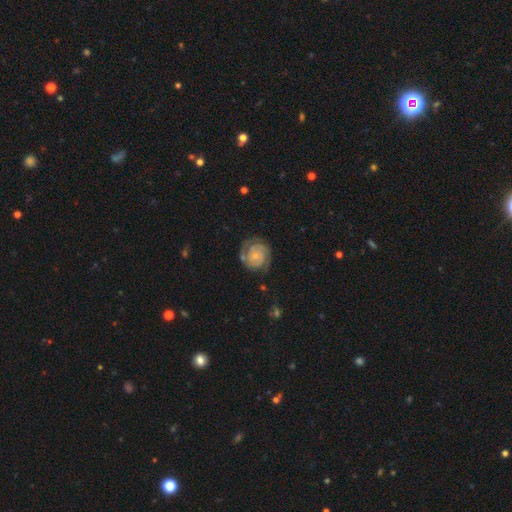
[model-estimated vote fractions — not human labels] Morphology: type=featured or disk (73%); edge-on=no (98%); bar=no (76%); spiral arms=yes (92%); winding=tight (61%); arm count=2 (61%); bulge=small (73%); merging=none (67%).